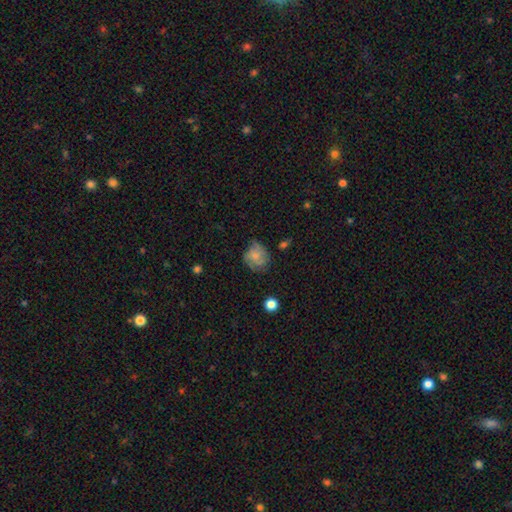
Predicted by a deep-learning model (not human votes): A smooth galaxy with no disk features (55%) that is round (72%). Merging: none (58%).